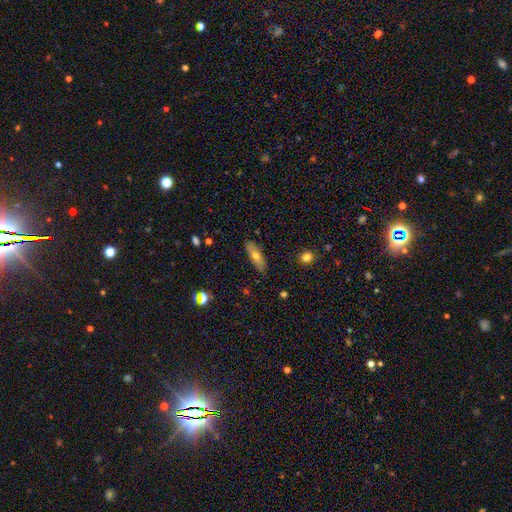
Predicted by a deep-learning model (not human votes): This is possibly a smooth galaxy (58%). How rounded: possibly cigar-shaped (51%). Merging: clearly none (84%).